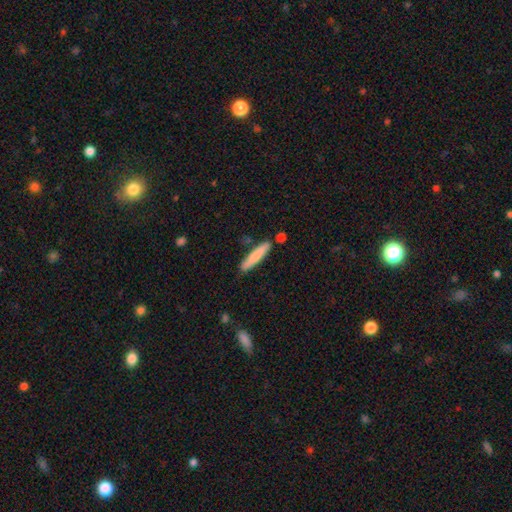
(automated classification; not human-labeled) Smooth or featured?
  - smooth: 78% *
  - featured or disk: 17%
  - star or artifact: 6%
How rounded?
  - cigar-shaped: 90% *
  - in between: 8%
  - round: 1%
Merging?
  - none: 81% *
  - minor disturbance: 12%
  - merger: 5%
  - major disturbance: 2%